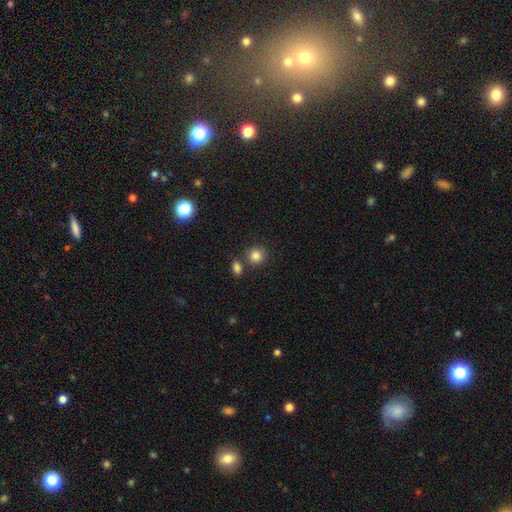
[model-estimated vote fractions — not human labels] A smooth galaxy with no disk features (83%) that is round (85%). Merging: none (72%).